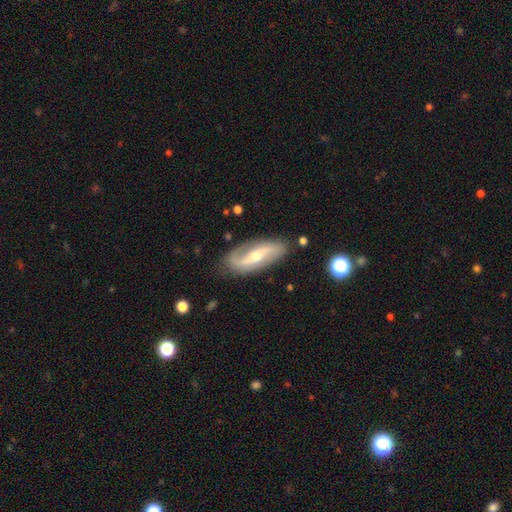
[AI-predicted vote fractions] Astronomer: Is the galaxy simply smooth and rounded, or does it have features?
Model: featured or disk — 79%.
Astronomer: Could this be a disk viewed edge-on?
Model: no — 88%.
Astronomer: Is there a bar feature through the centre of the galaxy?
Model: no — 37% (runner-up: weak, 33%).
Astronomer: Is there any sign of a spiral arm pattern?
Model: yes — 90%.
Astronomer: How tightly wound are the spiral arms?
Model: loose — 62%.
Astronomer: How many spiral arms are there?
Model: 2 — 85%.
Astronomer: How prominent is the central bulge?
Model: moderate — 52% (runner-up: small, 44%).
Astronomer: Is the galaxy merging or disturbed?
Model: none — 78%.